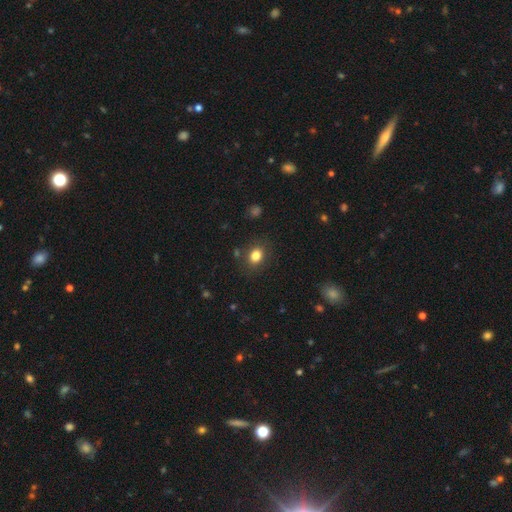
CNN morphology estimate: smooth-or-featured: smooth: 82% | star or artifact: 11% | featured or disk: 7%
  how-rounded: in between: 50% | round: 49% | cigar-shaped: 1%
  merging: none: 83% | minor disturbance: 11% | major disturbance: 4% | merger: 2%